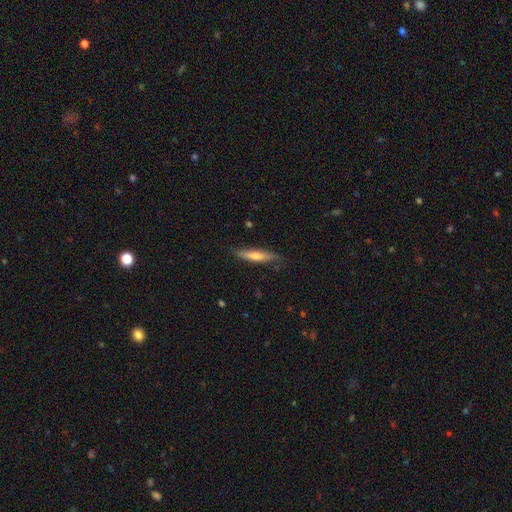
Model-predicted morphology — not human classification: Smooth or featured? smooth (52%)
How rounded? cigar-shaped (87%)
Merging? none (83%)